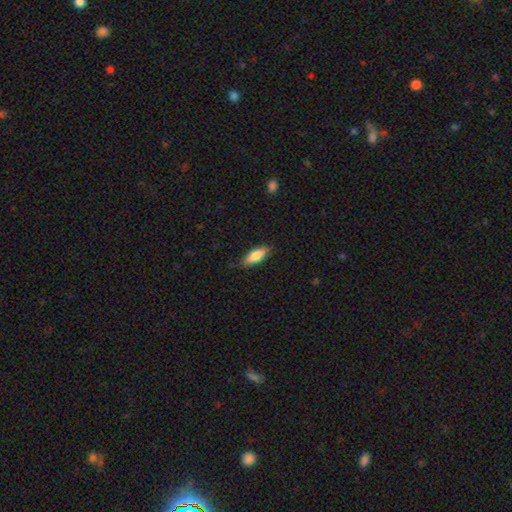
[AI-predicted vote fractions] Smooth or featured?
  - smooth: 79% *
  - featured or disk: 15%
  - star or artifact: 6%
How rounded?
  - in between: 67% *
  - cigar-shaped: 31%
  - round: 2%
Merging?
  - none: 84% *
  - minor disturbance: 13%
  - major disturbance: 2%
  - merger: 1%